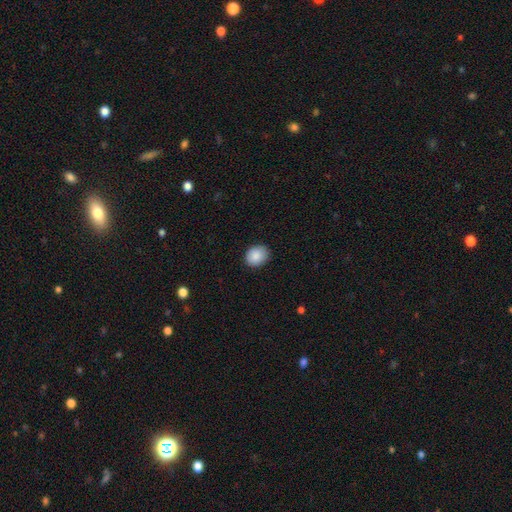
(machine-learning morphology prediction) Overall: smooth (88%). How rounded: round (54%; in between 46%). Merging: none (87%).